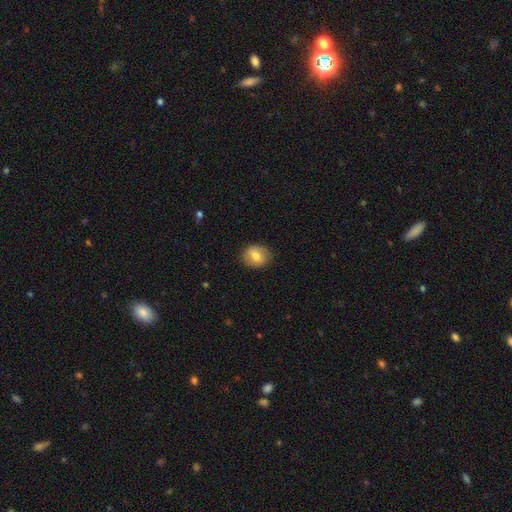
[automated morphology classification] Overall: smooth (73%). How rounded: round (57%; in between 42%). Merging: none (86%).